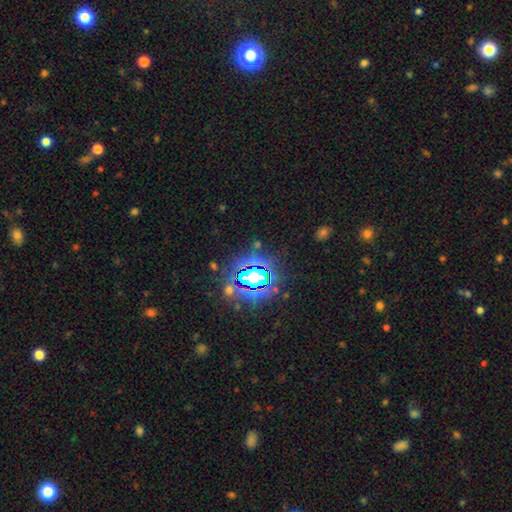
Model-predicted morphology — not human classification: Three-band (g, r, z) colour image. It shows a star or artifact, not a galaxy (79%).